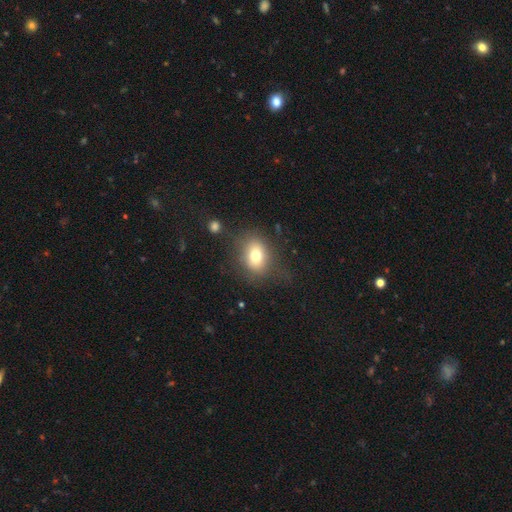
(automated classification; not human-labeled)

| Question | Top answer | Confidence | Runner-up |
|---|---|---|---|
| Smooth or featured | smooth | 73% | featured or disk (15%) |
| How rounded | in between | 55% | round (43%) |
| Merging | none | 70% | minor disturbance (17%) |